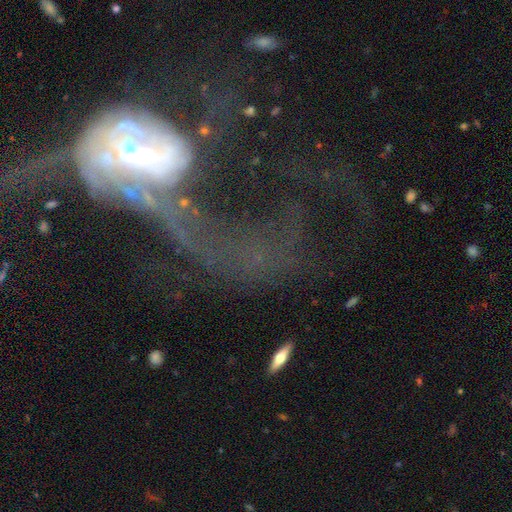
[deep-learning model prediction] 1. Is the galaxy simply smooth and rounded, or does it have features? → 69% featured or disk, 19% smooth, 13% star or artifact.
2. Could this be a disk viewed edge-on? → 94% no, 6% yes.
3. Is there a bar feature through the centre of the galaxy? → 61% no, 26% weak, 13% strong.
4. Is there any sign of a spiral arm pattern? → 57% yes, 43% no.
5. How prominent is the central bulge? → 52% moderate, 33% small, 8% large, 4% none, 3% dominant.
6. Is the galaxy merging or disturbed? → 44% merger, 40% major disturbance, 9% none, 6% minor disturbance.